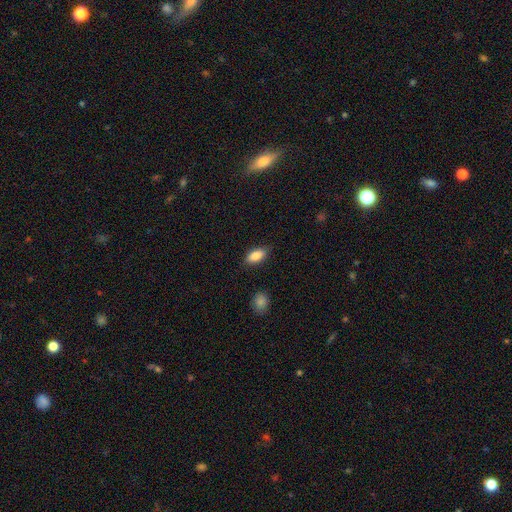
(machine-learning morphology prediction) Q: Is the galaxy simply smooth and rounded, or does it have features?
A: smooth — 85%.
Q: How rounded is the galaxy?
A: in between — 89%.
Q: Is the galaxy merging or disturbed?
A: none — 85%.